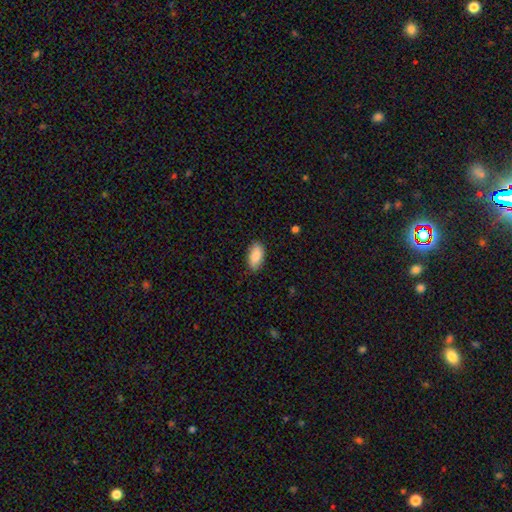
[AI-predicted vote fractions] smooth_or_featured: smooth (p=0.89) [alt: star or artifact p=0.06]
how_rounded: in between (p=0.92) [alt: cigar-shaped p=0.05]
merging: none (p=0.86) [alt: minor disturbance p=0.11]